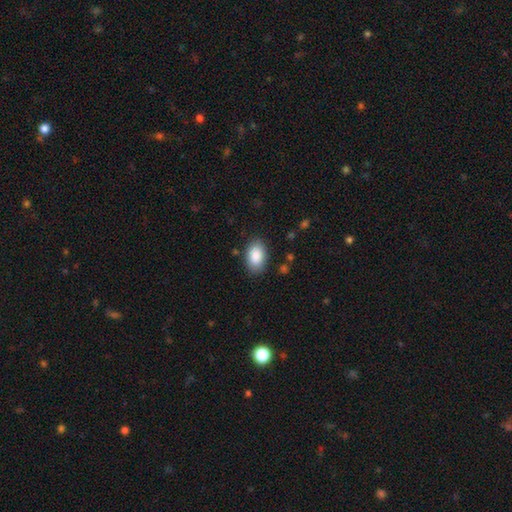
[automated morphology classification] smooth-or-featured: smooth: 89% | star or artifact: 6% | featured or disk: 5%
  how-rounded: in between: 90% | round: 9% | cigar-shaped: 1%
  merging: none: 84% | minor disturbance: 11% | major disturbance: 3% | merger: 1%